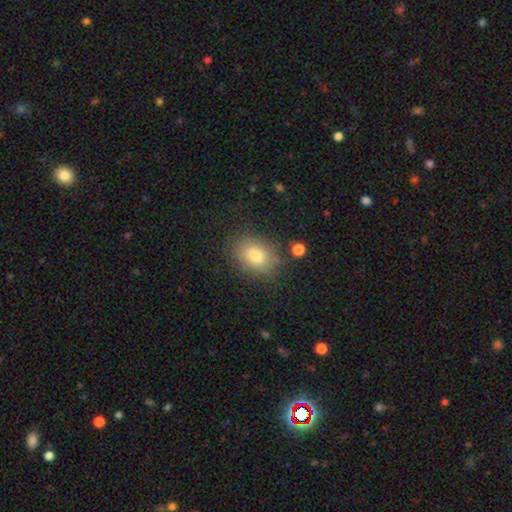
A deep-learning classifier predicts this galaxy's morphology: Smooth or featured: smooth — 80% (star or artifact — 10%)
How rounded: in between — 69% (round — 30%)
Merging: none — 79% (minor disturbance — 14%)